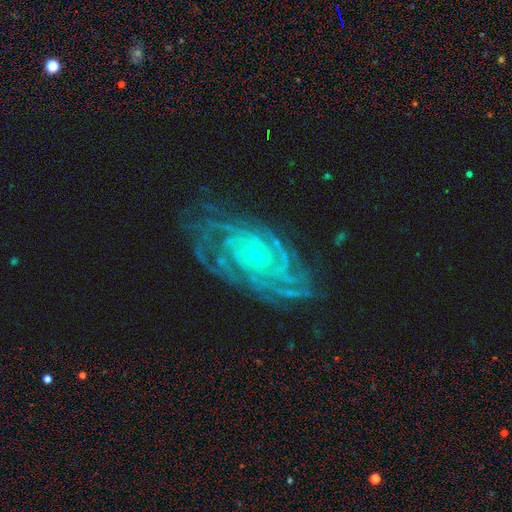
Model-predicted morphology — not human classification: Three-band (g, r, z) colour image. It shows a featured or disk galaxy (88%) with no bar (70%), 4 (22%, tied with can't tell) tight (79%) spiral arms (98%) and a small central bulge (83%). Merging: none (75%).